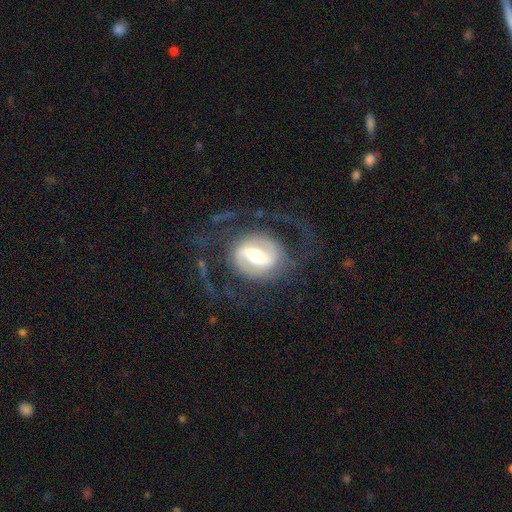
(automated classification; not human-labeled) Q: Smooth or featured?
A: featured or disk (82%); runner-up: smooth (12%)
Q: Edge-on disk?
A: no (95%); runner-up: yes (5%)
Q: Bar?
A: strong (58%); runner-up: weak (31%)
Q: Spiral arms?
A: yes (86%); runner-up: no (14%)
Q: Spiral winding?
A: medium (44%); runner-up: loose (34%)
Q: Spiral arm count?
A: 2 (85%); runner-up: can't tell (7%)
Q: Bulge size?
A: moderate (60%); runner-up: large (19%)
Q: Merging?
A: none (64%); runner-up: major disturbance (22%)